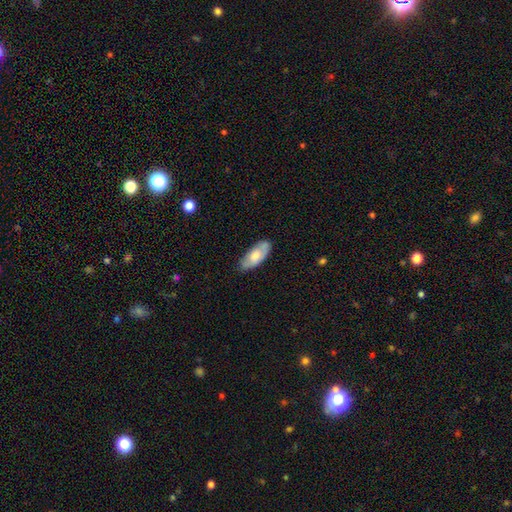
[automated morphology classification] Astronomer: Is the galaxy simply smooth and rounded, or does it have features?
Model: smooth — 69%.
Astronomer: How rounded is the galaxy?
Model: in between — 84%.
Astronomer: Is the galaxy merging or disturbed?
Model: none — 75%.